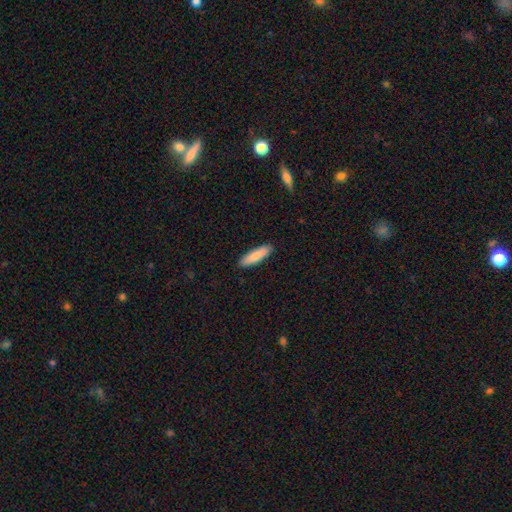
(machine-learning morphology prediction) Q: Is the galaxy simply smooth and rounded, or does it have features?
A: smooth — 83%.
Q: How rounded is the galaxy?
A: cigar-shaped — 59%.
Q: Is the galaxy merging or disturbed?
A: none — 86%.